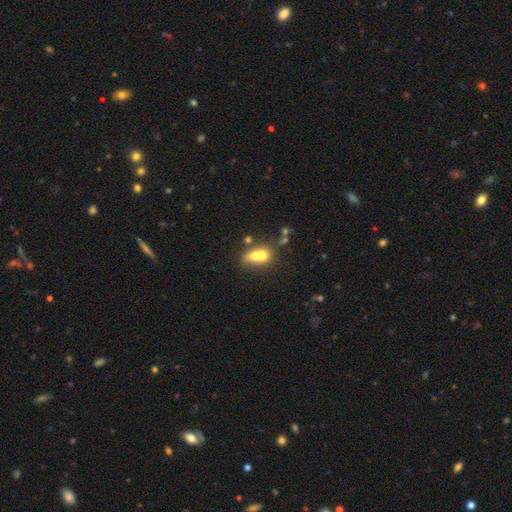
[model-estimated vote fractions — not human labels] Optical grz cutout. It shows a smooth galaxy with no disk features (63%) that is in between round and cigar-shaped (51%). Merging: merger (63%).